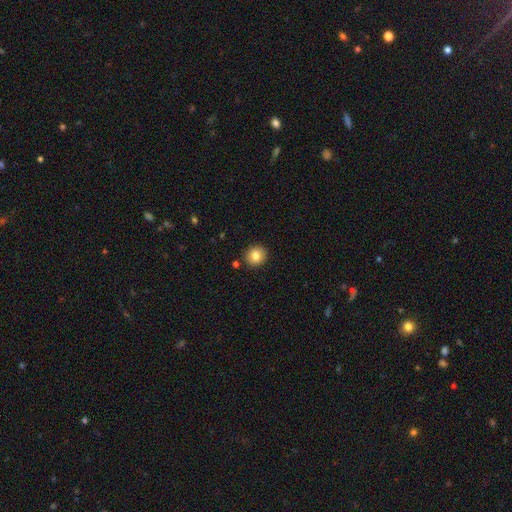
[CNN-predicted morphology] Smooth or featured? smooth (81%)
How rounded? round (88%)
Merging? none (90%)